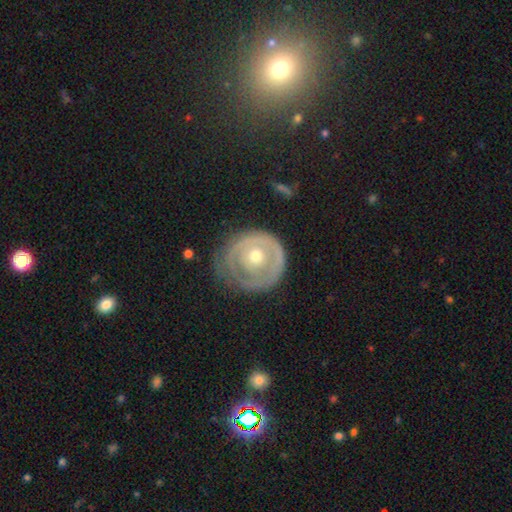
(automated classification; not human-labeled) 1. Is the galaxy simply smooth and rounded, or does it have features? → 66% featured or disk, 27% smooth, 6% star or artifact.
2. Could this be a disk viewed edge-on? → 96% no, 4% yes.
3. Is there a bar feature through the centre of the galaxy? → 87% no, 10% weak, 3% strong.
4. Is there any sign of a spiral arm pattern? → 52% no, 48% yes.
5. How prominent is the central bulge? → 61% moderate, 34% small, 3% large, 1% none, 1% dominant.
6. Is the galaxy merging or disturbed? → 61% none, 24% minor disturbance, 13% major disturbance, 2% merger.